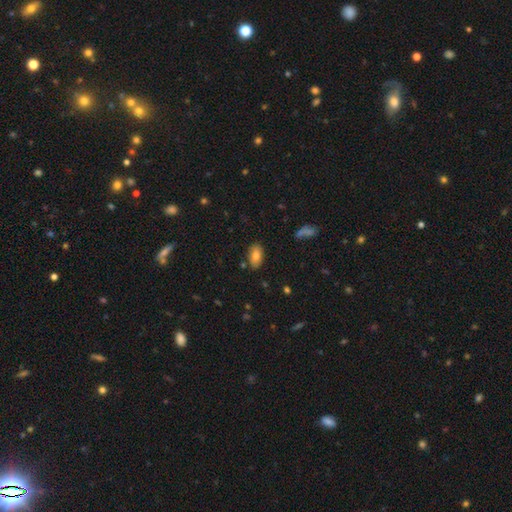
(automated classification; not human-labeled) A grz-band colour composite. It shows a smooth galaxy with no disk features (78%) that is in between round and cigar-shaped (93%). Merging: none (83%).